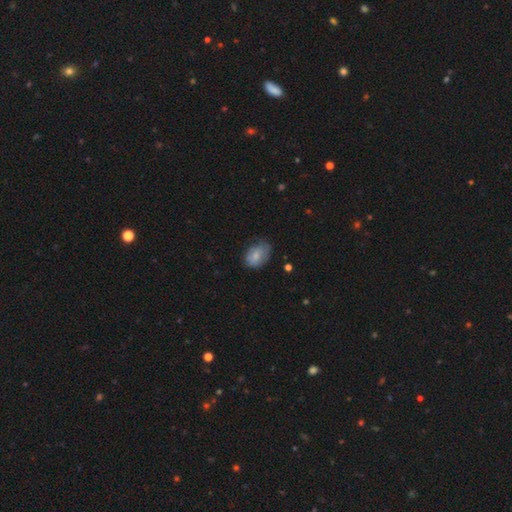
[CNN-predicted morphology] Q: Smooth or featured?
A: smooth (78%); runner-up: featured or disk (15%)
Q: How rounded?
A: in between (79%); runner-up: round (20%)
Q: Merging?
A: none (58%); runner-up: minor disturbance (32%)